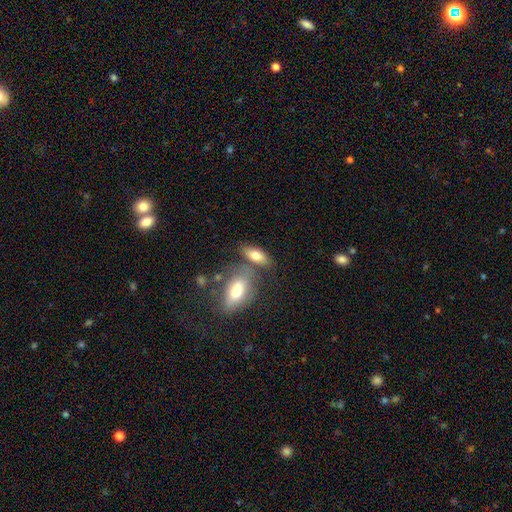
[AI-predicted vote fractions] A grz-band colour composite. It shows a smooth galaxy with no disk features (74%) that is in between round and cigar-shaped (81%). Merging: none (57%).